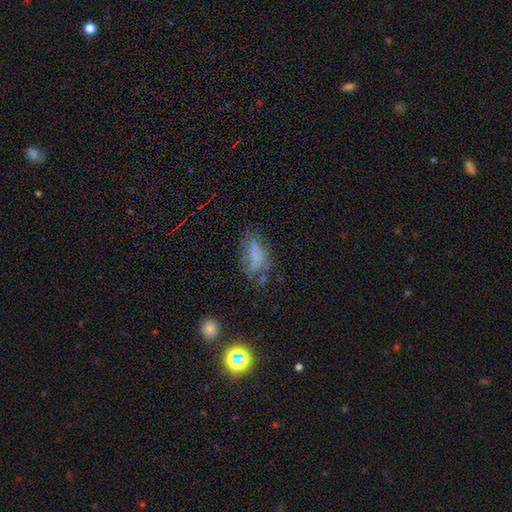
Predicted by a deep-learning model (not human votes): Smooth or featured: smooth — 41% (featured or disk — 40%)
Merging: none — 40% (major disturbance — 27%)